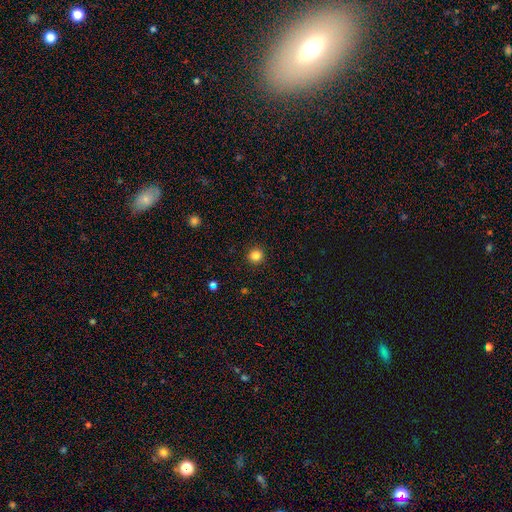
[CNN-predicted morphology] Q: Smooth or featured?
A: smooth (84%); runner-up: star or artifact (12%)
Q: How rounded?
A: round (95%); runner-up: in between (4%)
Q: Merging?
A: none (93%); runner-up: minor disturbance (4%)